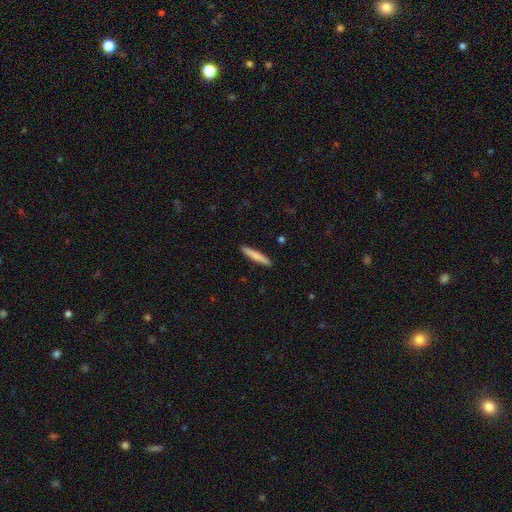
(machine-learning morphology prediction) smooth_or_featured: smooth (p=0.79) [alt: featured or disk p=0.16]
how_rounded: cigar-shaped (p=0.93) [alt: in between p=0.05]
merging: none (p=0.92) [alt: minor disturbance p=0.06]